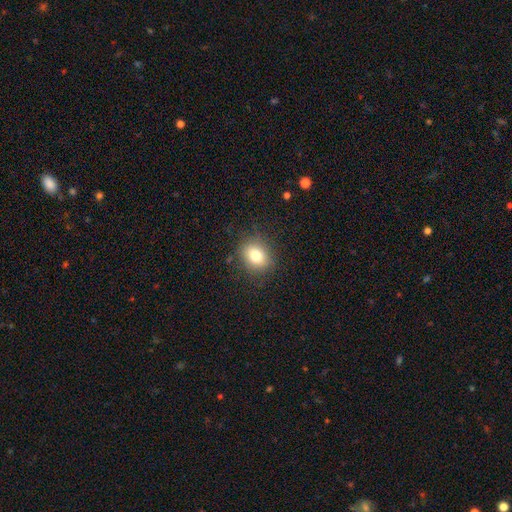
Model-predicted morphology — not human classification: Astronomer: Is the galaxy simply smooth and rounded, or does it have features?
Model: smooth — 79%.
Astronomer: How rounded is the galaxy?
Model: round — 57% (runner-up: in between, 42%).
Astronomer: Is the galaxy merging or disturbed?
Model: none — 84%.